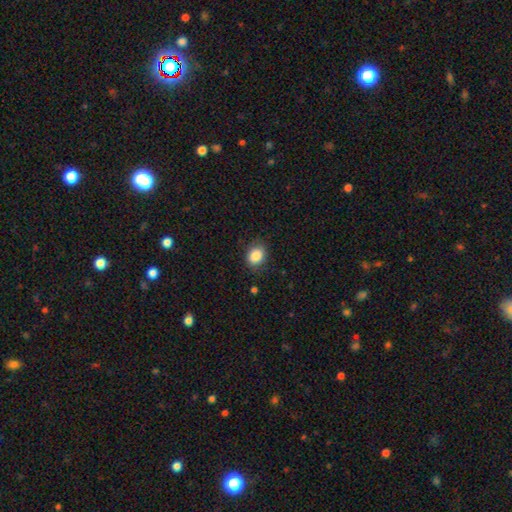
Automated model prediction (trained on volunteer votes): Smooth or featured: smooth — 87% (star or artifact — 9%)
How rounded: in between — 56% (round — 43%)
Merging: none — 79% (minor disturbance — 16%)